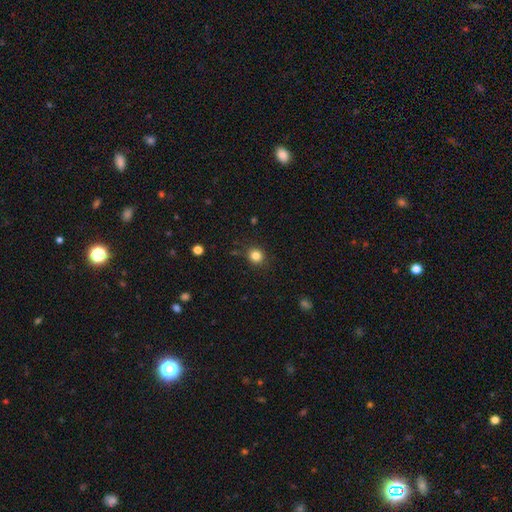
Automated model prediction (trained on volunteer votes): A smooth galaxy with no disk features (83%) that is round (84%). Merging: none (87%).